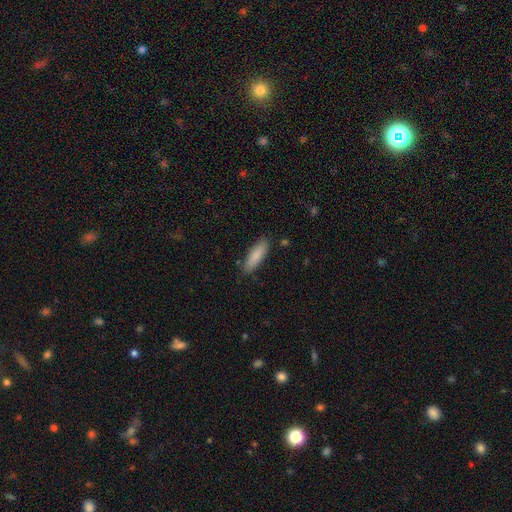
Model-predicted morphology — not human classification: smooth_or_featured: smooth (p=0.85) [alt: featured or disk p=0.09]
how_rounded: cigar-shaped (p=0.57) [alt: in between p=0.41]
merging: none (p=0.85) [alt: minor disturbance p=0.11]